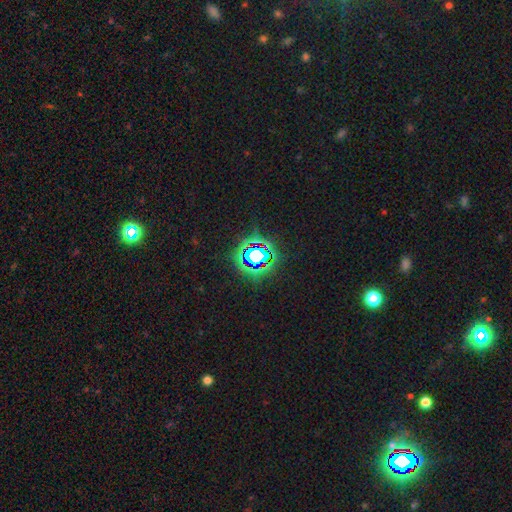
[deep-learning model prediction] The model was most divided on "smooth or featured": star or artifact: 72%, smooth: 17%, featured or disk: 11%.